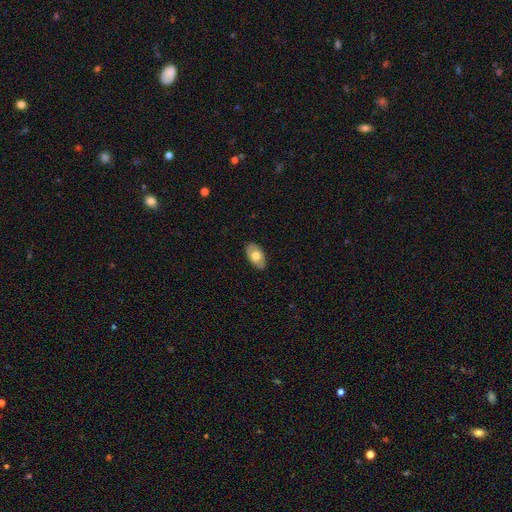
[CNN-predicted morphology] A smooth galaxy with no disk features (63%) that is in between round and cigar-shaped (92%). Merging: none (85%).